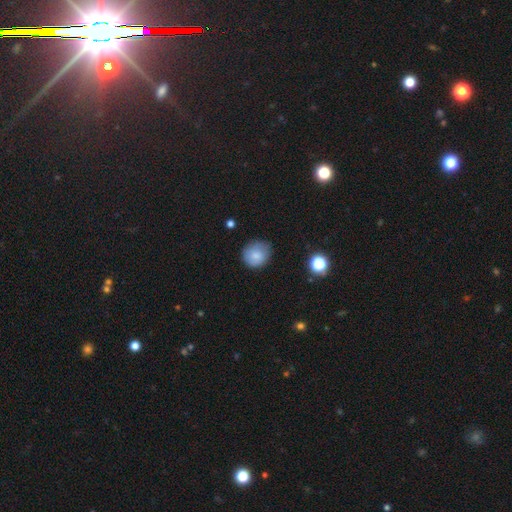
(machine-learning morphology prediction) The model was most divided on "merging": none: 71%, minor disturbance: 23%, major disturbance: 5%, merger: 1%. More confident: smooth or featured — smooth (80%); how rounded — round (77%).